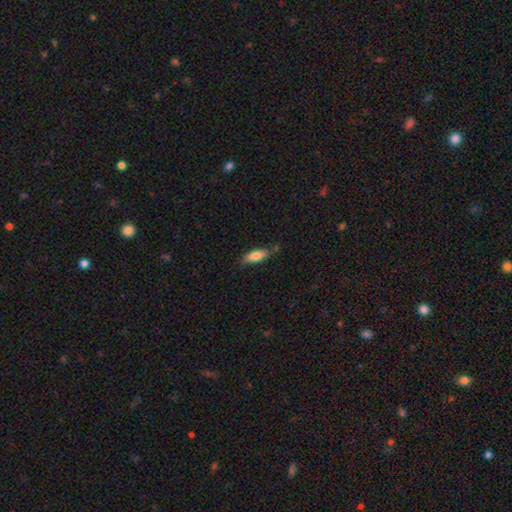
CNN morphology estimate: Smooth or featured? smooth (79%)
How rounded? in between (60%)
Merging? none (71%)